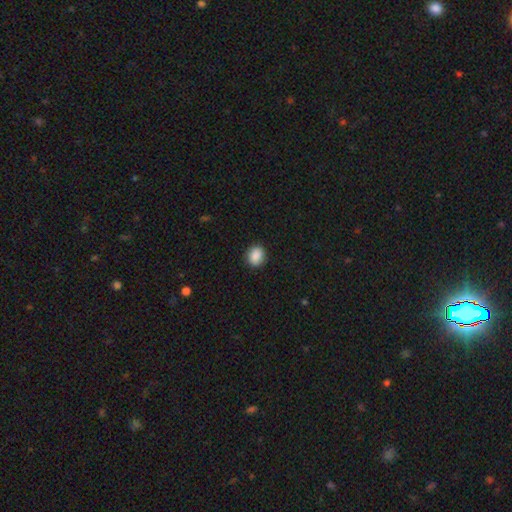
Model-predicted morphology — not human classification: Q: Smooth or featured?
A: smooth (89%); runner-up: star or artifact (8%)
Q: How rounded?
A: round (61%); runner-up: in between (38%)
Q: Merging?
A: none (90%); runner-up: minor disturbance (7%)